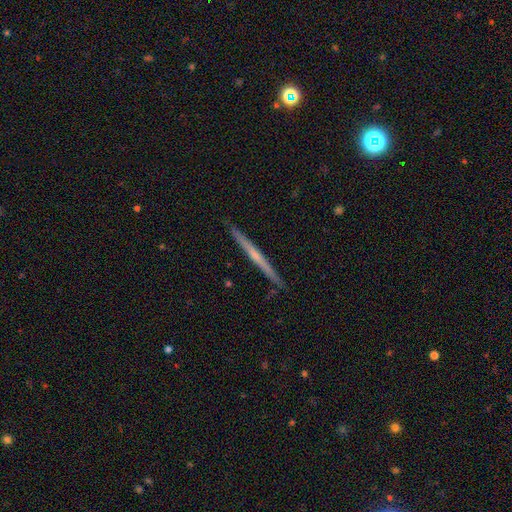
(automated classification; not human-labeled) smooth_or_featured: featured or disk (p=0.63) [alt: smooth p=0.31]
disk_edge_on: yes (p=0.98) [alt: no p=0.02]
edge_on_bulge: none (p=0.62) [alt: rounded p=0.33]
merging: none (p=0.92) [alt: minor disturbance p=0.06]